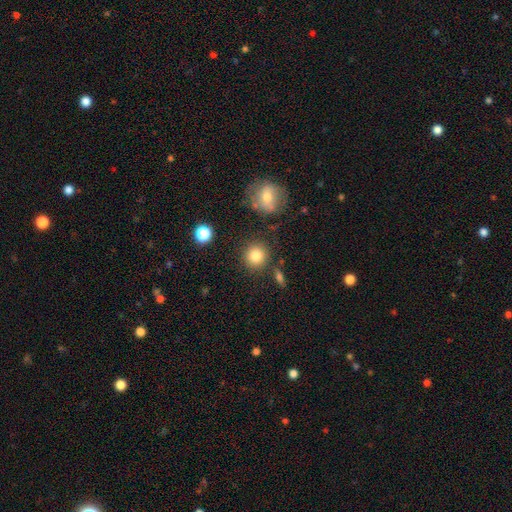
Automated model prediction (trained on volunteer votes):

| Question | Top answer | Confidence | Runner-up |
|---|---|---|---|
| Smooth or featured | smooth | 82% | star or artifact (11%) |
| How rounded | round | 91% | in between (8%) |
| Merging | none | 84% | minor disturbance (8%) |